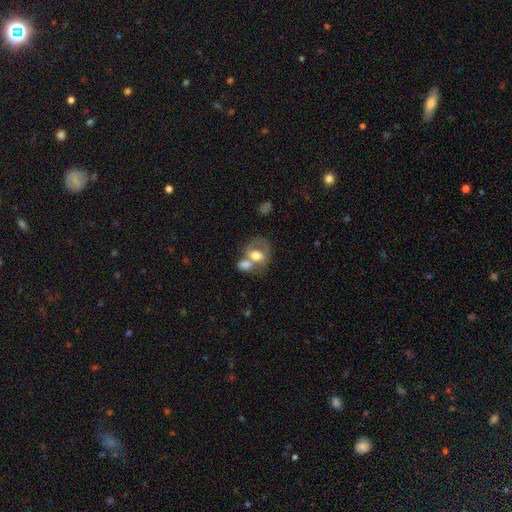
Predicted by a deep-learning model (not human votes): The model was most divided on "smooth or featured": smooth: 48%, featured or disk: 44%, star or artifact: 8%. More confident: merging — merger (56%).